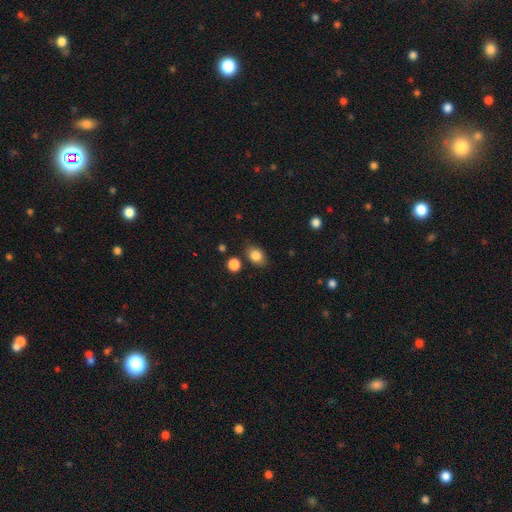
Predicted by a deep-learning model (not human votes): Smooth or featured? Predicted: smooth (p=0.84). How rounded? Predicted: in between (p=0.68). Merging? Predicted: none (p=0.79).